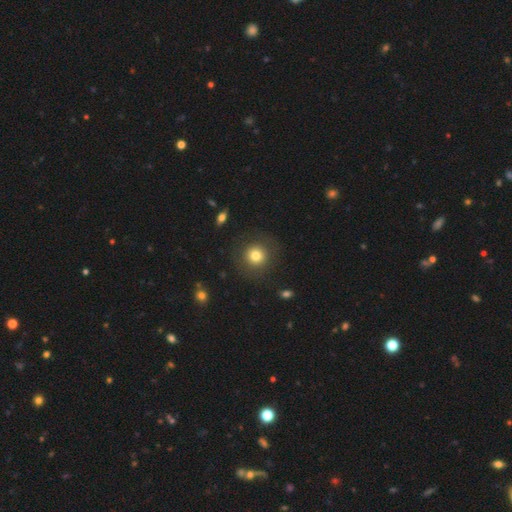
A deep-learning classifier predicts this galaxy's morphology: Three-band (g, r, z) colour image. It shows a smooth galaxy with no disk features (77%) that is round (92%). Merging: none (85%).